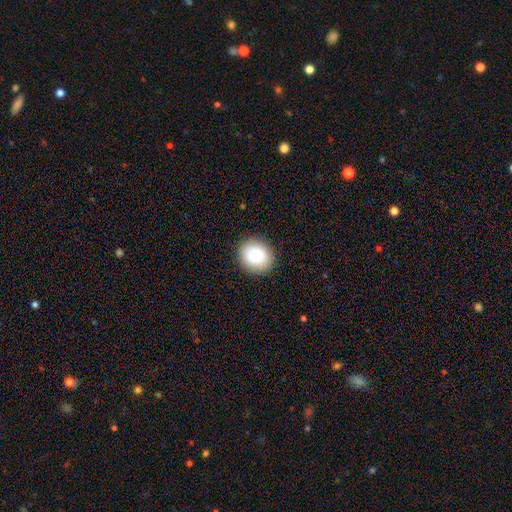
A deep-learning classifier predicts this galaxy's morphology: Smooth or featured? Predicted: smooth (p=0.81). How rounded? Predicted: round (p=0.67). Merging? Predicted: none (p=0.90).